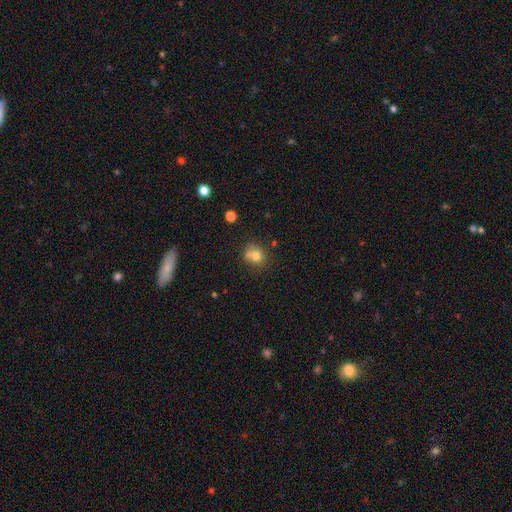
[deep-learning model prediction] Smooth or featured? smooth (74%)
How rounded? round (76%)
Merging? none (50%)